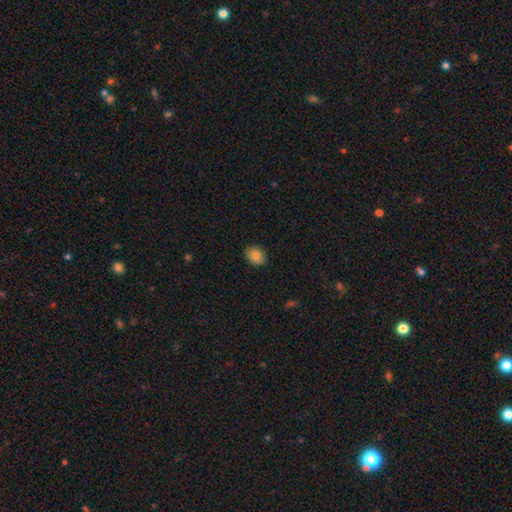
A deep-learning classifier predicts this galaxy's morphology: The model was most divided on "how rounded": in between: 60%, round: 39%, cigar-shaped: 1%. More confident: merging — none (86%); smooth or featured — smooth (82%).